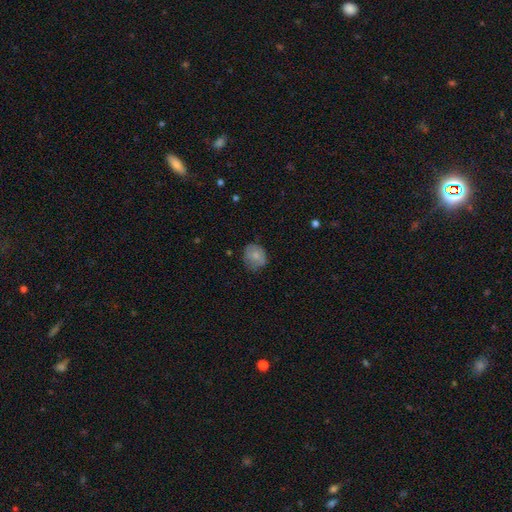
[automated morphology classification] Overall: smooth (73%). How rounded: round (65%; in between 34%). Merging: none (64%; minor disturbance 27%).